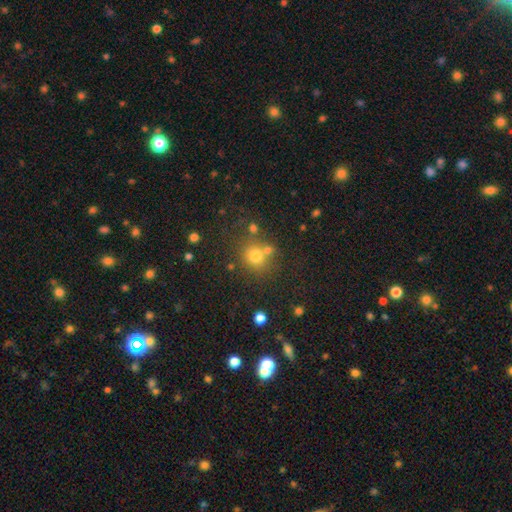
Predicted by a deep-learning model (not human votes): A smooth galaxy with no disk features (73%) that is round (84%).

Vote fractions:
- Smooth or featured? smooth: 73% / star or artifact: 18% / featured or disk: 10%
- How rounded? round: 84% / in between: 15% / cigar-shaped: 1%
- Merging? none: 65% / merger: 19% / minor disturbance: 11% / major disturbance: 4%